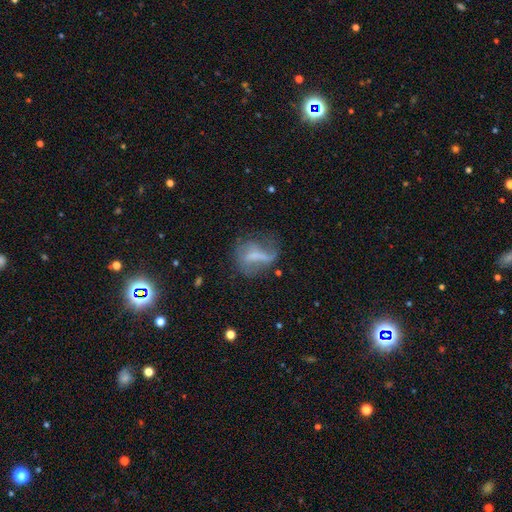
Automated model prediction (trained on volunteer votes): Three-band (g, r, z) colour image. It shows a featured or disk galaxy (49%). Merging: none (36%).